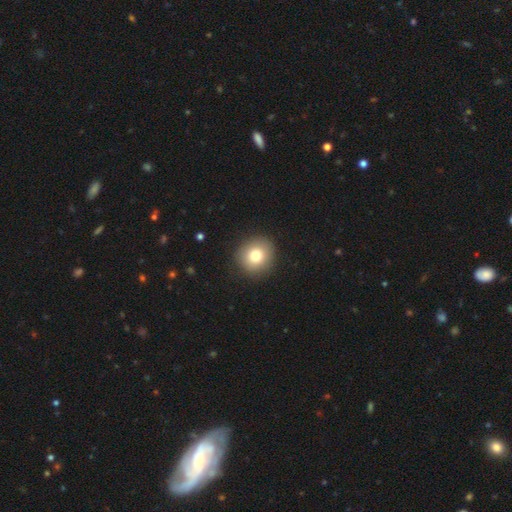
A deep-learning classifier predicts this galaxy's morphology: Smooth or featured? smooth (78%)
How rounded? round (90%)
Merging? none (91%)